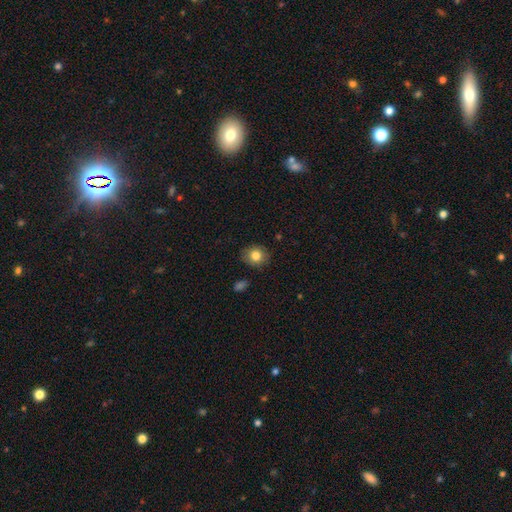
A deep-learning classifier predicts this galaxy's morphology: Smooth or featured? smooth (82%)
How rounded? round (76%)
Merging? none (85%)